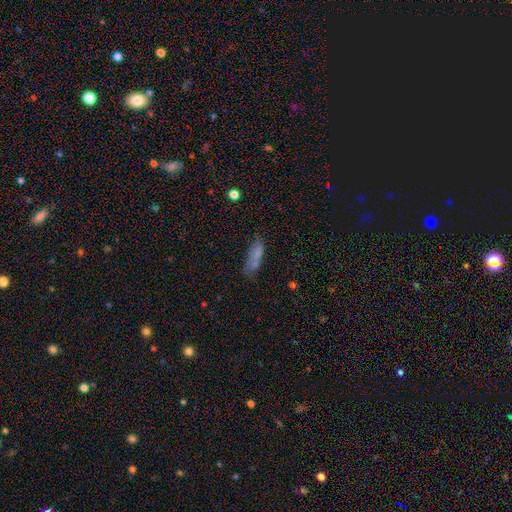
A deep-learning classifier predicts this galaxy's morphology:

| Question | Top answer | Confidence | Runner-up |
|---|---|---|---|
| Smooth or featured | smooth | 70% | featured or disk (18%) |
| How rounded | in between | 50% | cigar-shaped (46%) |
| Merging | none | 50% | minor disturbance (22%) |